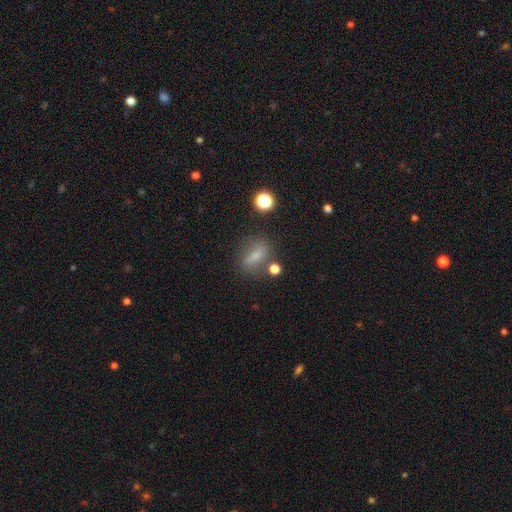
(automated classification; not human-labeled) smooth-or-featured: smooth: 63% | featured or disk: 23% | star or artifact: 14%
  how-rounded: in between: 57% | cigar-shaped: 21% | round: 21%
  merging: none: 69% | minor disturbance: 17% | major disturbance: 7% | merger: 7%